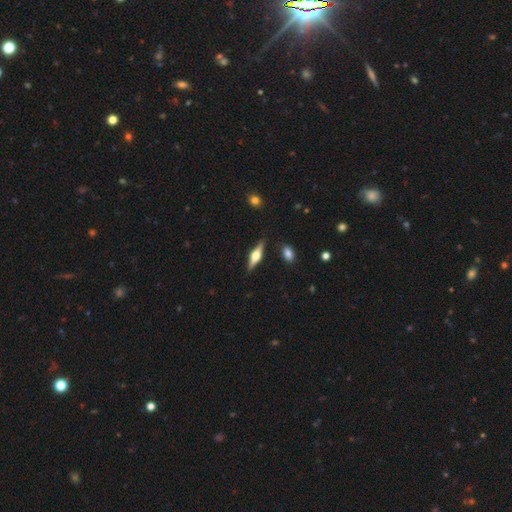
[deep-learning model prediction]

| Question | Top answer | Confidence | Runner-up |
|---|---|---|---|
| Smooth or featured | featured or disk | 69% | smooth (25%) |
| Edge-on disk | yes | 97% | no (3%) |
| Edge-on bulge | rounded | 92% | boxy (6%) |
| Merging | none | 87% | minor disturbance (9%) |